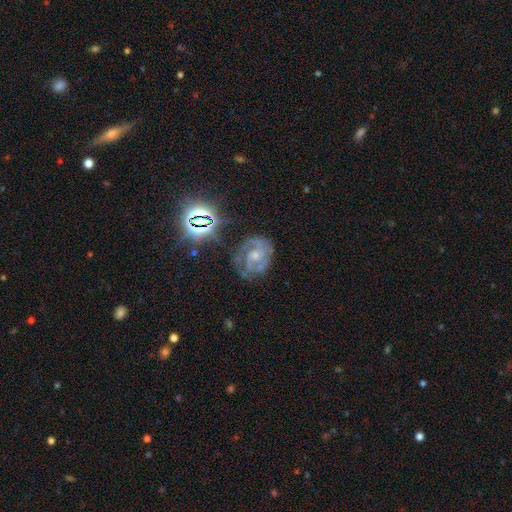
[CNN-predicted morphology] A featured or disk galaxy (80%) with no bar (64%), 2 (51%) tight (53%) spiral arms (93%) and a small central bulge (51%).

Vote fractions:
- Smooth or featured? featured or disk: 80% / star or artifact: 11% / smooth: 10%
- Edge-on disk? no: 98% / yes: 2%
- Bar? no: 64% / weak: 30% / strong: 6%
- Spiral arms? yes: 93% / no: 7%
- Spiral winding? tight: 53% / medium: 39% / loose: 8%
- Spiral arm count? 2: 51% / 3: 19% / can't tell: 19% / 1: 4% / 4: 4% / more than 4: 3%
- Bulge size? small: 51% / moderate: 40% / none: 6% / large: 2% / dominant: 1%
- Merging? none: 64% / minor disturbance: 22% / major disturbance: 11% / merger: 2%